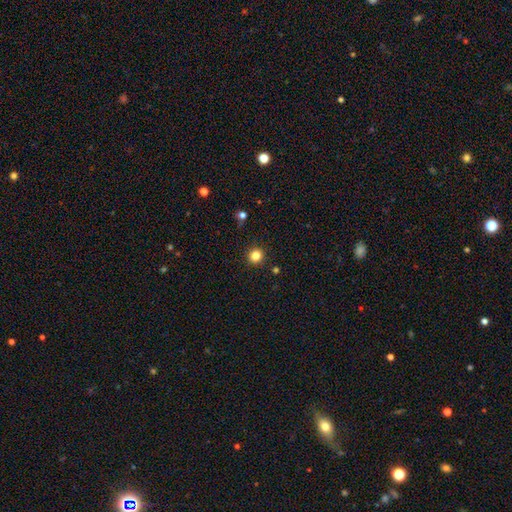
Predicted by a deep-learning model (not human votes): smooth 83%, star or artifact 13%, featured or disk 4%. Down the decision tree: how rounded — round (95%); merging — none (92%).